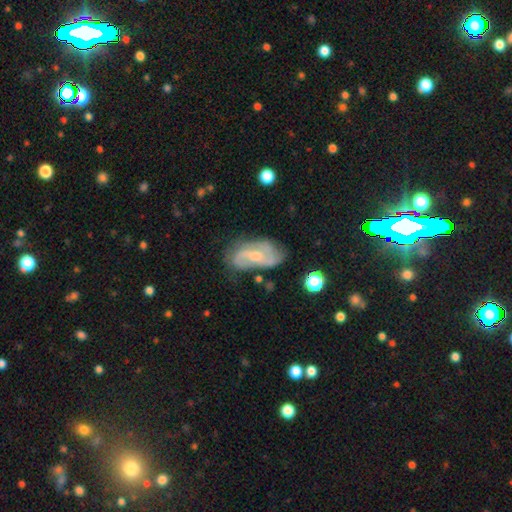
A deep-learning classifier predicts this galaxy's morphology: A featured or disk galaxy (76%) with a weak bar (45%), 2 (63%) medium (45%) spiral arms (91%) and a moderate central bulge (49%). Merging: none (63%).